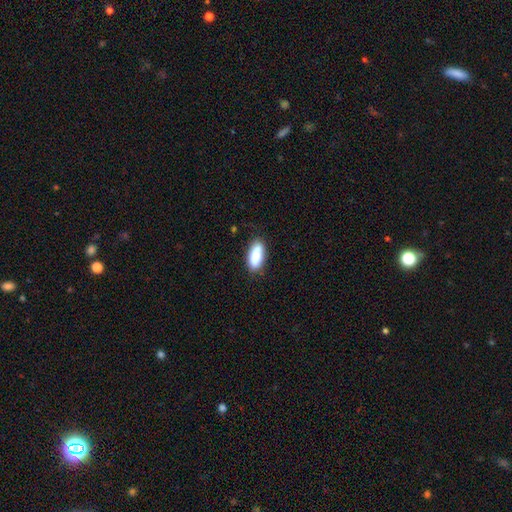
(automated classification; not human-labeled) Overall: smooth (84%). How rounded: in between (87%). Merging: none (82%).